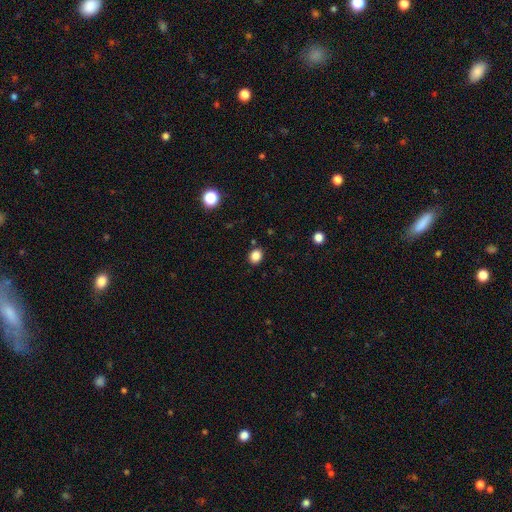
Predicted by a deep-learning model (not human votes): The model was most divided on "how rounded": round: 58%, in between: 41%, cigar-shaped: 1%. More confident: merging — none (87%); smooth or featured — smooth (85%).